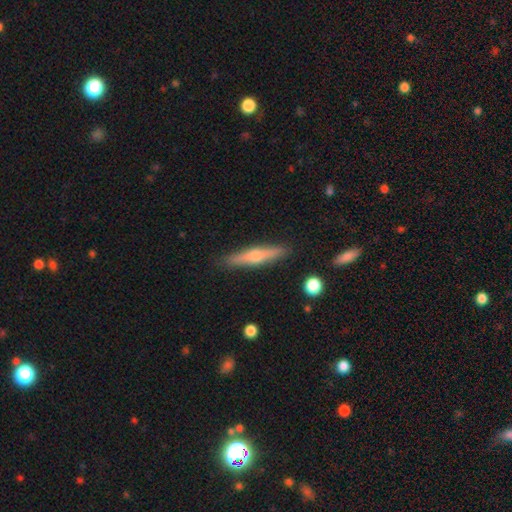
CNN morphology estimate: Smooth or featured?
  - featured or disk: 54% *
  - smooth: 39%
  - star or artifact: 6%
Edge-on disk?
  - yes: 95% *
  - no: 5%
Edge-on bulge?
  - rounded: 88% *
  - none: 8%
  - boxy: 5%
Merging?
  - none: 89% *
  - minor disturbance: 8%
  - major disturbance: 2%
  - merger: 2%